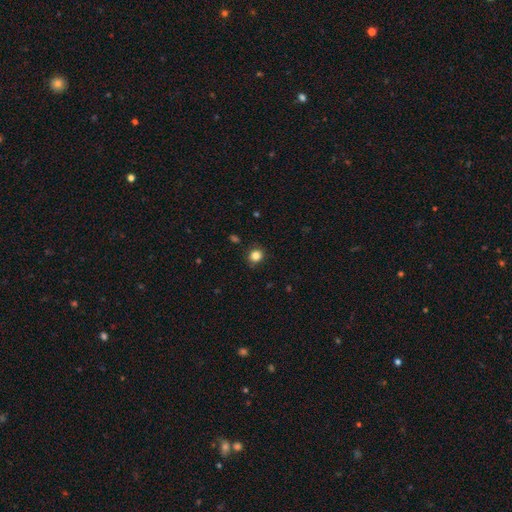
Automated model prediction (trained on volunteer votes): A smooth galaxy with no disk features (83%) that is round (84%). Merging: none (88%).